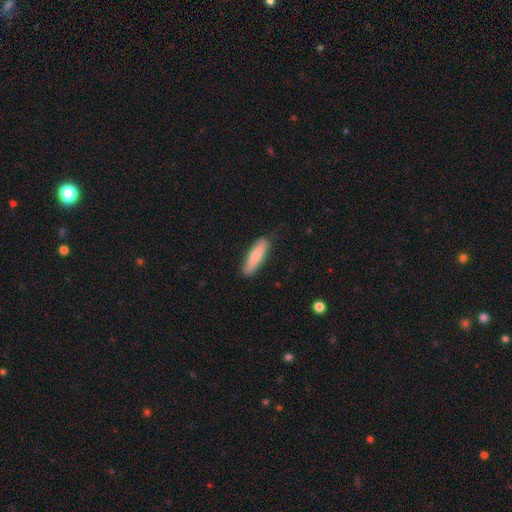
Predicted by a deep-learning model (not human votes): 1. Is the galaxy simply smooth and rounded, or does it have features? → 79% smooth, 15% featured or disk, 5% star or artifact.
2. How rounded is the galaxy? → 74% cigar-shaped, 25% in between, 2% round.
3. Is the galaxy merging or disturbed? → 85% none, 12% minor disturbance, 2% major disturbance, 1% merger.